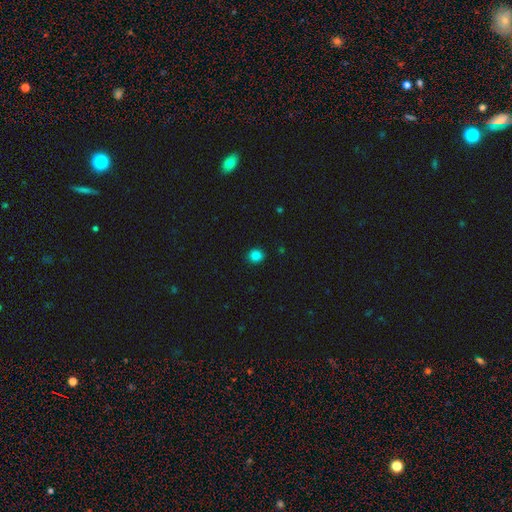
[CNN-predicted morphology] A smooth galaxy with no disk features (85%) that is round (85%). Merging: none (90%).